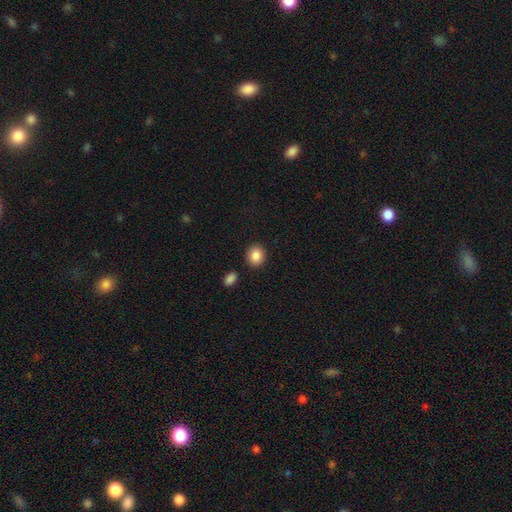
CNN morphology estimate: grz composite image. It shows a smooth galaxy with no disk features (88%) that is round (75%). Merging: none (87%).